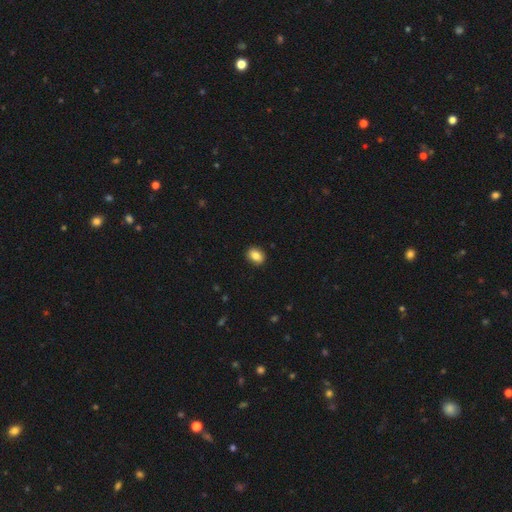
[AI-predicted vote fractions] Smooth or featured? smooth (85%)
How rounded? in between (64%)
Merging? none (90%)